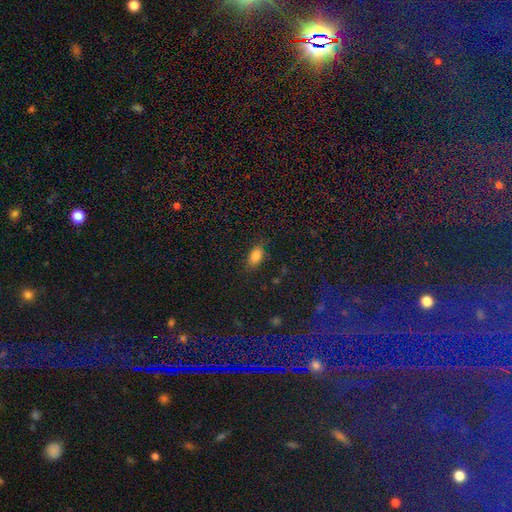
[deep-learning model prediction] Smooth or featured? smooth (82%)
How rounded? in between (88%)
Merging? none (82%)